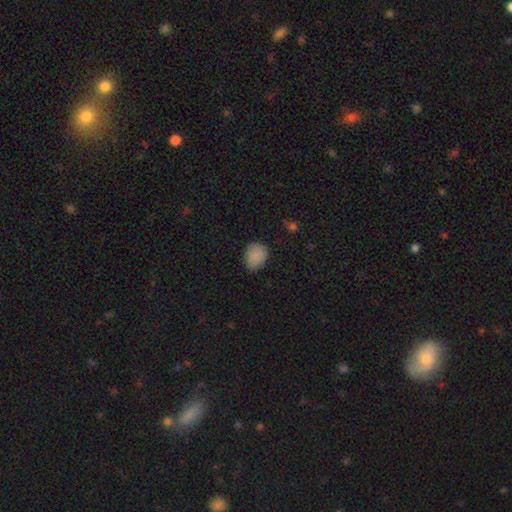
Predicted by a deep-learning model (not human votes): Smooth or featured? smooth (85%)
How rounded? in between (50%)
Merging? none (73%)